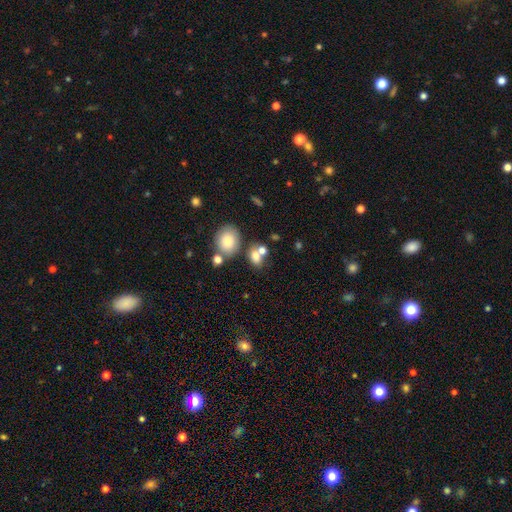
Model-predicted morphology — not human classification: type=smooth (75%); roundness=in between (62%); merging=none (43%).